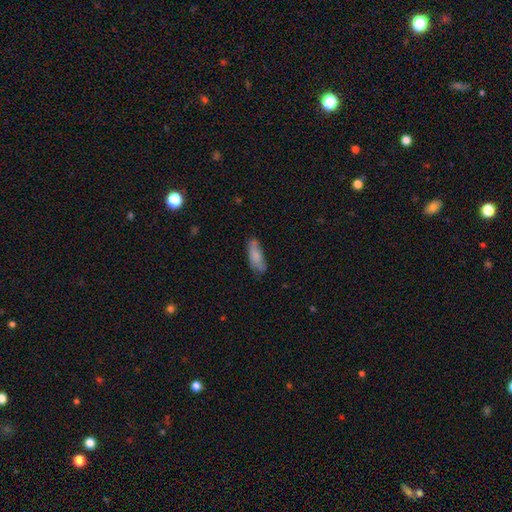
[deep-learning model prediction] smooth_or_featured: smooth (p=0.78) [alt: featured or disk p=0.16]
how_rounded: in between (p=0.59) [alt: cigar-shaped p=0.39]
merging: none (p=0.68) [alt: minor disturbance p=0.24]